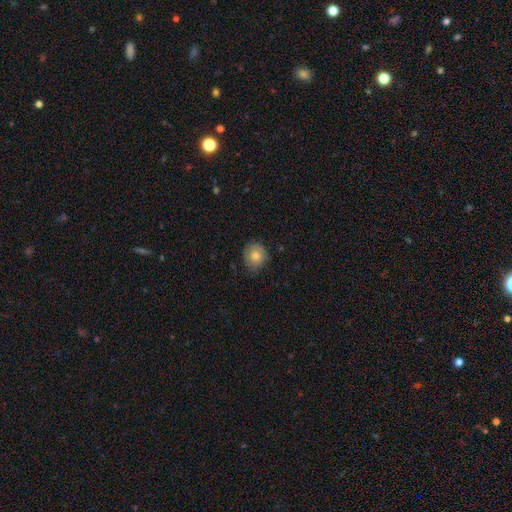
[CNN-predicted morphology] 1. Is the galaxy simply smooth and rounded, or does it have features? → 76% smooth, 16% featured or disk, 8% star or artifact.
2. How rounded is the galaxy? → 75% round, 24% in between, 1% cigar-shaped.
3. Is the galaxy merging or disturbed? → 73% none, 22% minor disturbance, 4% major disturbance, 1% merger.